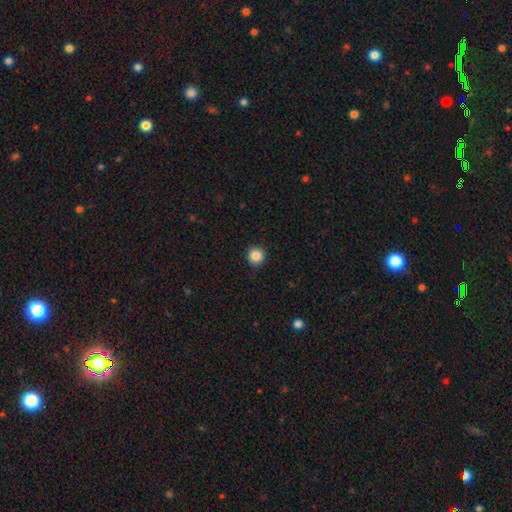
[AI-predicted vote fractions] Morphology: type=smooth (87%); roundness=round (95%); merging=none (91%).